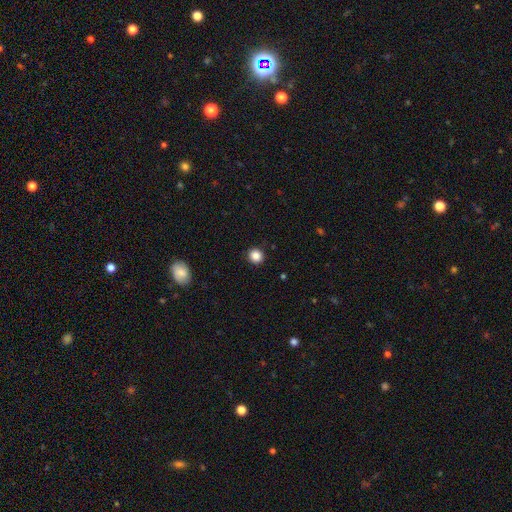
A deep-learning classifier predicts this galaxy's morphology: Overall: smooth (86%). How rounded: round (89%). Merging: none (91%).